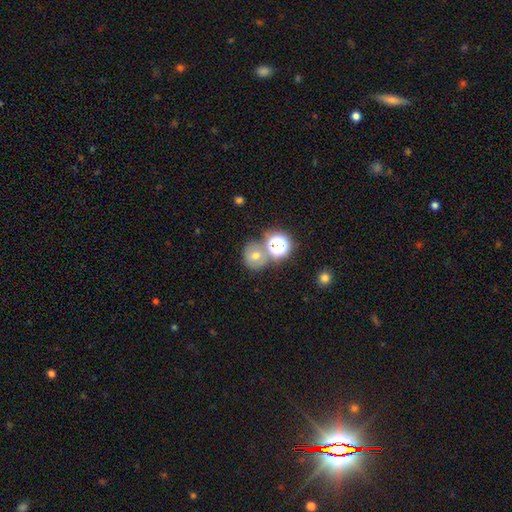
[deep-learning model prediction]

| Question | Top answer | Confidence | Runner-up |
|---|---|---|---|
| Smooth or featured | smooth | 54% | star or artifact (27%) |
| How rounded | round | 79% | in between (20%) |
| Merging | none | 57% | merger (26%) |